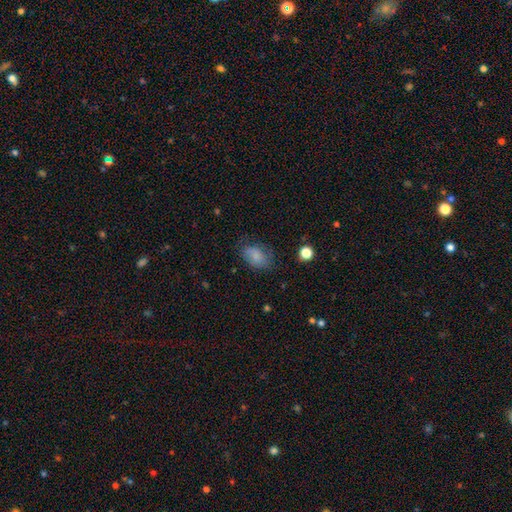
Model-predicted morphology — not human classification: Smooth or featured?
  - smooth: 80% *
  - featured or disk: 10%
  - star or artifact: 10%
How rounded?
  - in between: 82% *
  - round: 17%
  - cigar-shaped: 1%
Merging?
  - none: 61% *
  - minor disturbance: 26%
  - major disturbance: 10%
  - merger: 2%